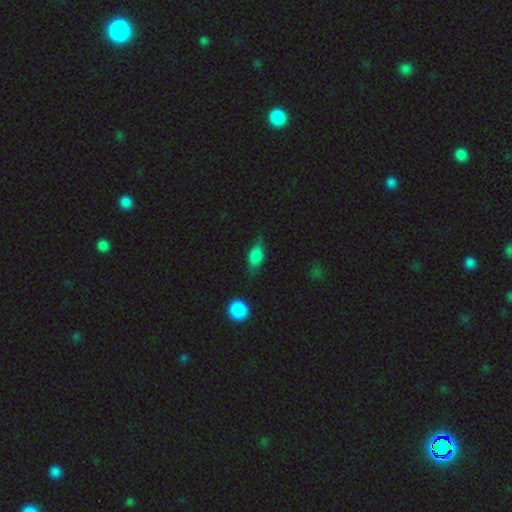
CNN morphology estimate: Overall: smooth (61%; featured or disk 28%). How rounded: in between (71%). Merging: none (61%; minor disturbance 26%).